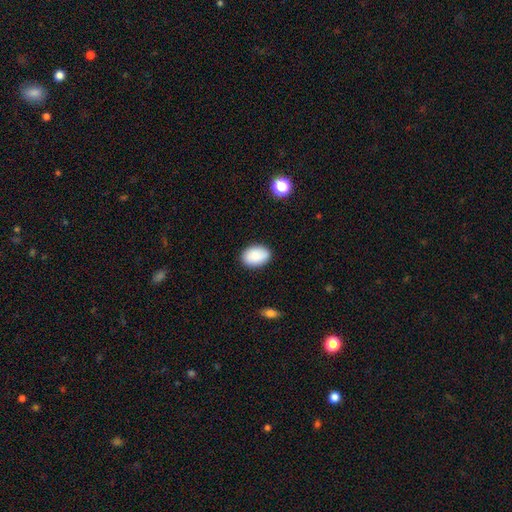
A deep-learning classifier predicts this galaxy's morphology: Smooth or featured? smooth (89%)
How rounded? in between (85%)
Merging? none (87%)